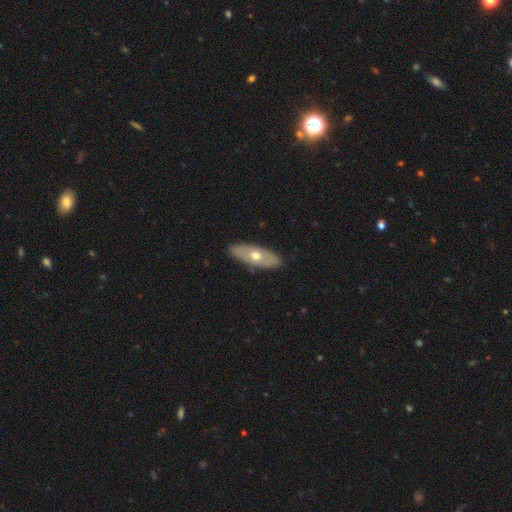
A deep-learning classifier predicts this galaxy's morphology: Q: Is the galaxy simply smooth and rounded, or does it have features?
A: smooth — 47%, tied with featured or disk.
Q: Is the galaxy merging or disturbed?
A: none — 89%.